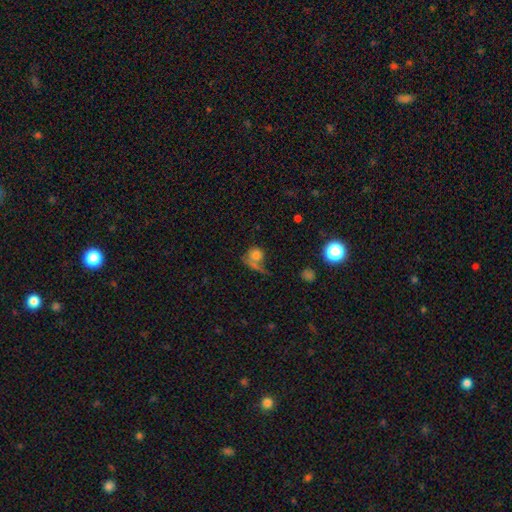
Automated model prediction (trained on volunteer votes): Overall: smooth (67%). How rounded: round (74%). Merging: none (36%; major disturbance 27%).